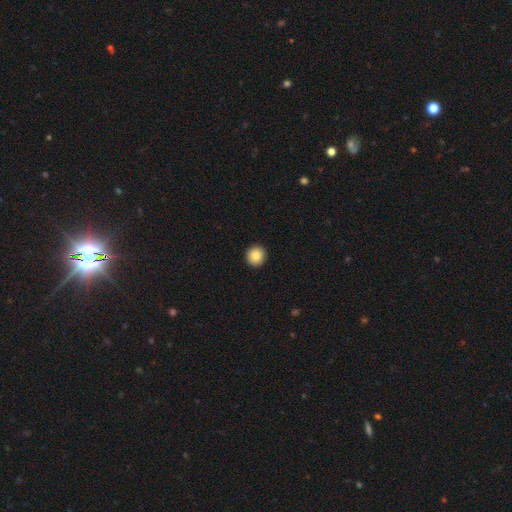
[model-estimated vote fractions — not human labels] The model was most divided on "smooth or featured": smooth: 87%, star or artifact: 8%, featured or disk: 5%. More confident: how rounded — round (95%); merging — none (94%).